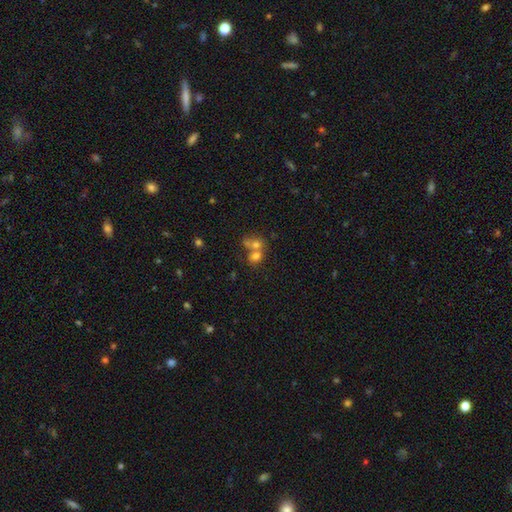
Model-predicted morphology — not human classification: type=smooth (69%); roundness=round (61%); merging=merger (63%).